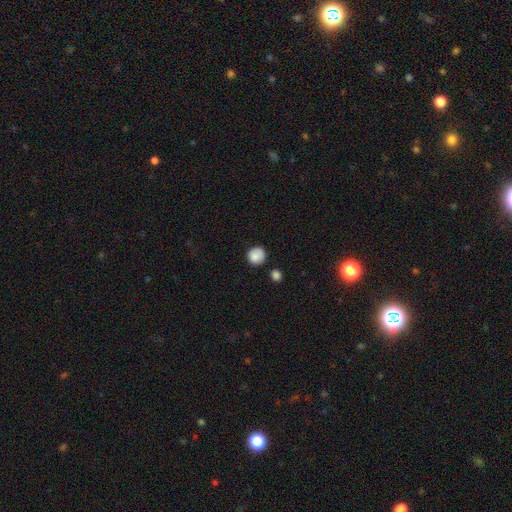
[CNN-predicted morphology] This appears to be a smooth galaxy with no disk features (86%) that is round (90%). Merging: none (75%).